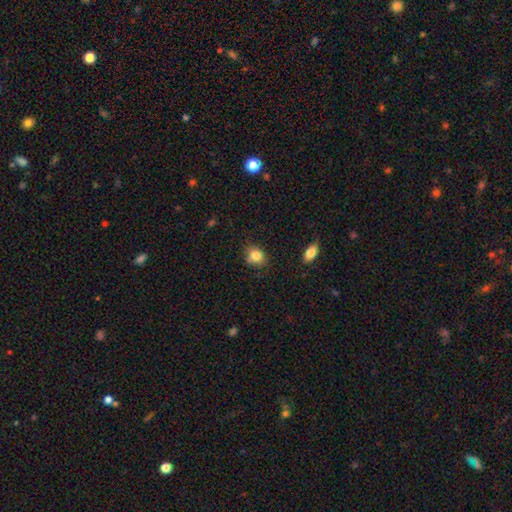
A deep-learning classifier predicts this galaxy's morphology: Smooth or featured? Predicted: smooth (p=0.83). How rounded? Predicted: round (p=0.60). Merging? Predicted: none (p=0.70).